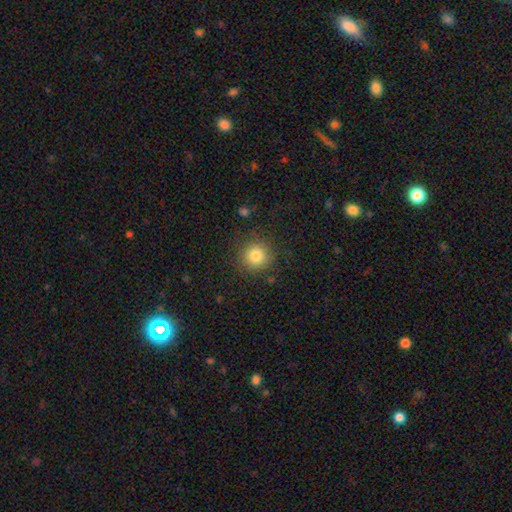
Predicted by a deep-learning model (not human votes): smooth 82%, star or artifact 11%, featured or disk 6%. Down the decision tree: how rounded — round (93%); merging — none (87%).